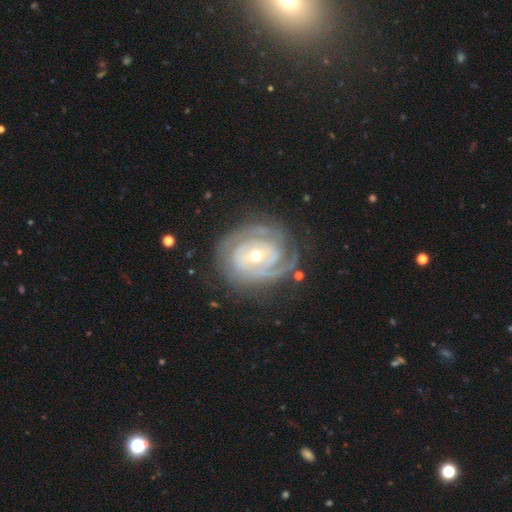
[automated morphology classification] The model was most divided on "spiral arm count": 2: 34%, can't tell: 24%, 3: 23%, 1: 7%, 4: 7%, more than 4: 5%. More confident: edge-on disk — no (97%); spiral arms — yes (94%); smooth or featured — featured or disk (87%); spiral winding — tight (73%); merging — none (71%); bar — no (64%); bulge size — moderate (54%).